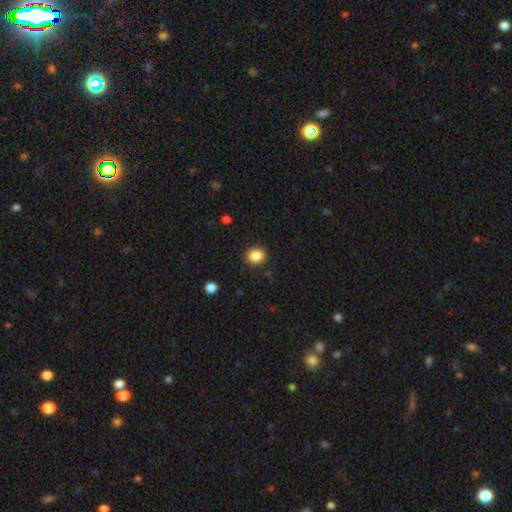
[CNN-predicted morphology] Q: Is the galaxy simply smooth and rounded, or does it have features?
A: smooth — 87%.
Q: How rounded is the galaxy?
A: round — 71%.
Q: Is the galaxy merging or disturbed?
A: none — 89%.